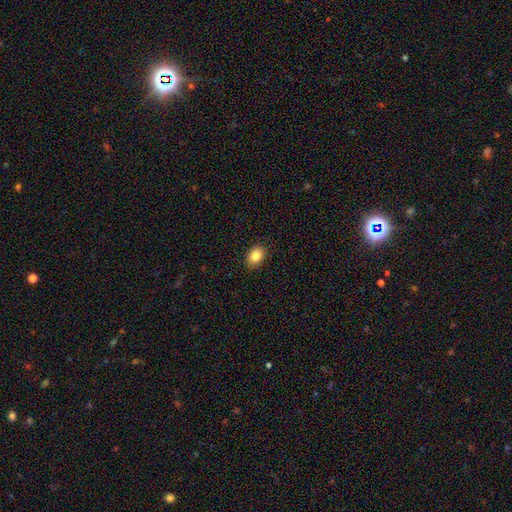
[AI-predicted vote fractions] This appears to be a smooth galaxy with no disk features (85%) that is in between round and cigar-shaped (79%). Merging: none (89%).